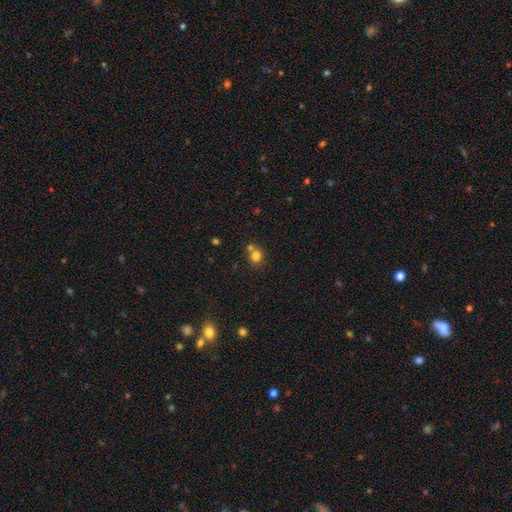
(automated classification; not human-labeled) smooth-or-featured: smooth: 79% | star or artifact: 13% | featured or disk: 8%
  how-rounded: round: 83% | in between: 16% | cigar-shaped: 1%
  merging: none: 54% | merger: 36% | minor disturbance: 8% | major disturbance: 3%